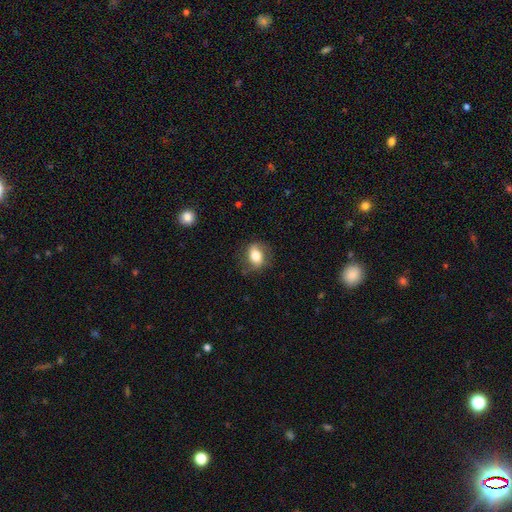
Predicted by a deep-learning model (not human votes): This is likely a smooth galaxy (68%). How rounded: likely in between (64%). Merging: likely none (77%).